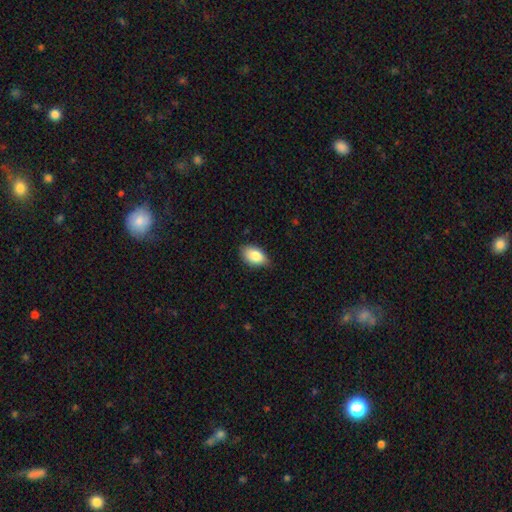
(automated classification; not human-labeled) Q: Smooth or featured?
A: smooth (84%); runner-up: featured or disk (8%)
Q: How rounded?
A: in between (92%); runner-up: round (6%)
Q: Merging?
A: none (77%); runner-up: minor disturbance (19%)